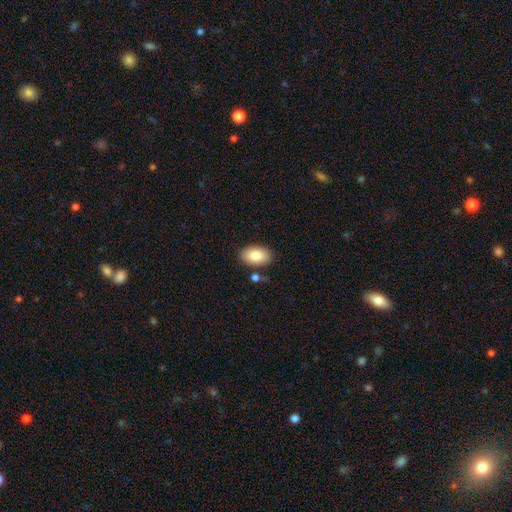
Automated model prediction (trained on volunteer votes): smooth_or_featured: smooth (p=0.84) [alt: featured or disk p=0.09]
how_rounded: in between (p=0.93) [alt: round p=0.06]
merging: none (p=0.81) [alt: minor disturbance p=0.11]